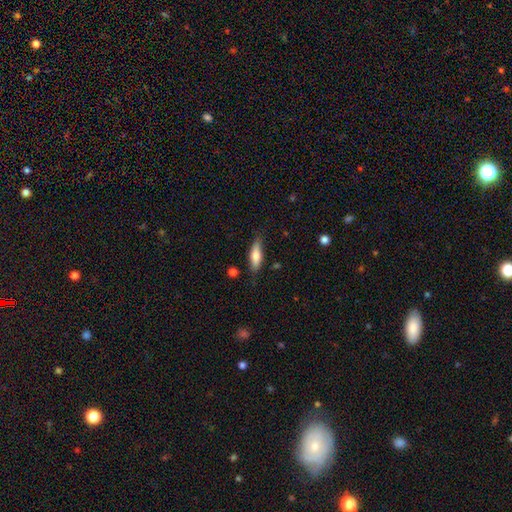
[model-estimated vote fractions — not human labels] This is likely a smooth galaxy (72%). How rounded: possibly in between (51%). Merging: likely none (77%).